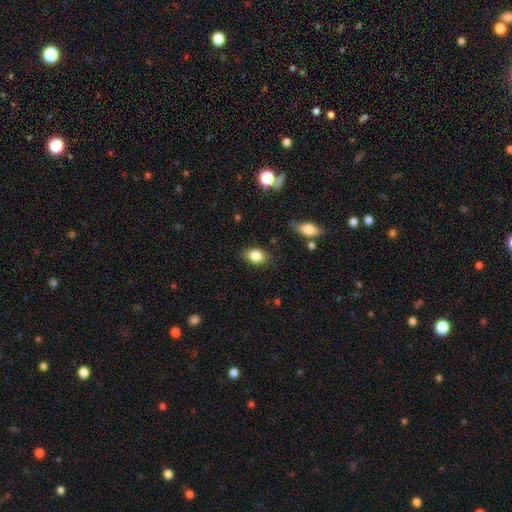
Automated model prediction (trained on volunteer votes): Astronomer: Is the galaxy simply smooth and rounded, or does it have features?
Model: smooth — 83%.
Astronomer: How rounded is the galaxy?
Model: in between — 74%.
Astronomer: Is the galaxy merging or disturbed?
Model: none — 82%.